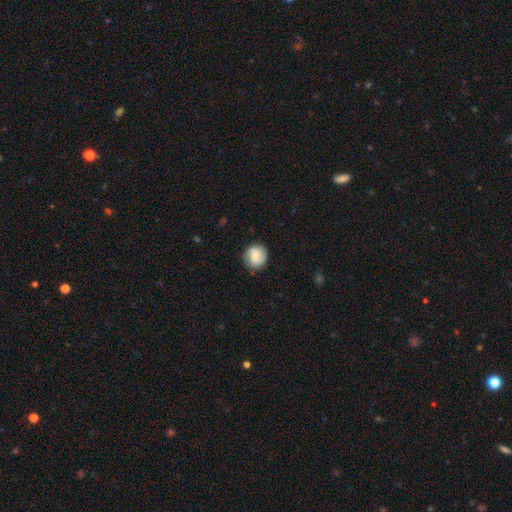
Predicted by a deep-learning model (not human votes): The model was most divided on "smooth or featured": smooth: 58%, featured or disk: 34%, star or artifact: 8%. More confident: how rounded — round (87%); merging — none (82%).